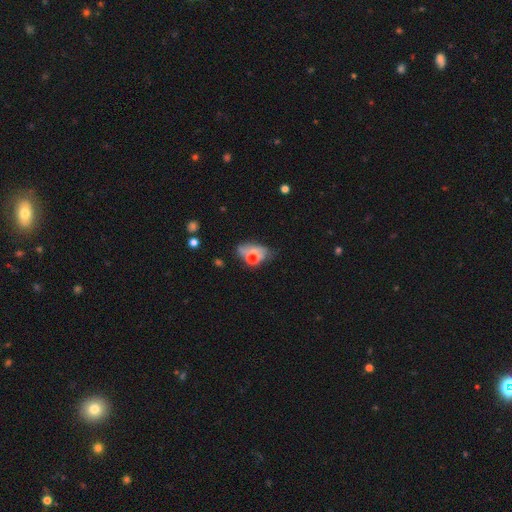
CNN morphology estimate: A smooth galaxy with no disk features (50%).

Vote fractions:
- Smooth or featured? smooth: 50% / featured or disk: 38% / star or artifact: 12%
- Merging? major disturbance: 29% / none: 25% / minor disturbance: 25% / merger: 20%